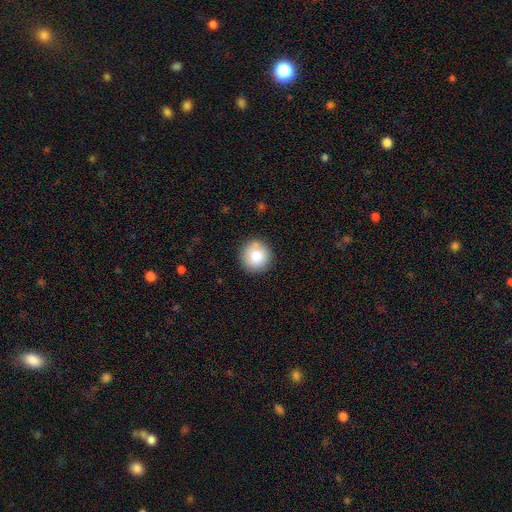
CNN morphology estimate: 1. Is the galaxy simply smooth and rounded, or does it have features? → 80% smooth, 10% featured or disk, 9% star or artifact.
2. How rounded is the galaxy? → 94% round, 5% in between, 1% cigar-shaped.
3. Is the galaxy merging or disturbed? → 88% none, 9% minor disturbance, 2% major disturbance, 2% merger.